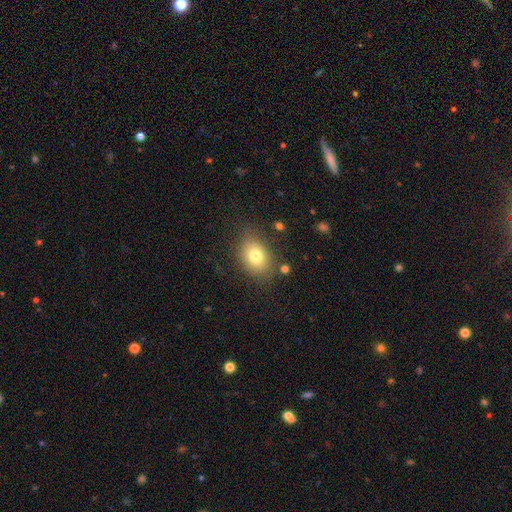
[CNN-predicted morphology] smooth-or-featured: smooth: 78% | featured or disk: 12% | star or artifact: 10%
  how-rounded: in between: 66% | round: 33% | cigar-shaped: 1%
  merging: none: 77% | minor disturbance: 16% | major disturbance: 5% | merger: 3%